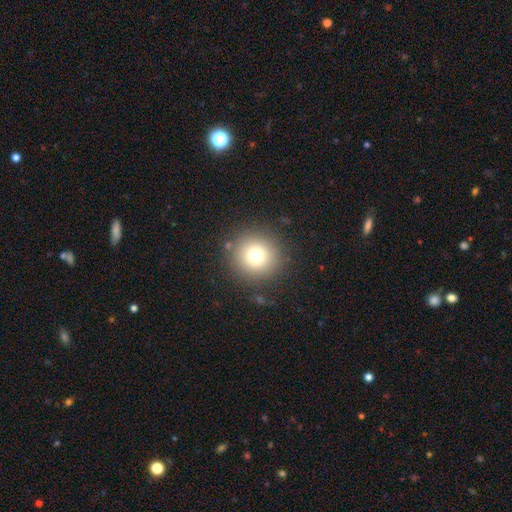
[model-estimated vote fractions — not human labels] This appears to be a smooth galaxy with no disk features (74%) that is round (95%). Merging: none (87%).